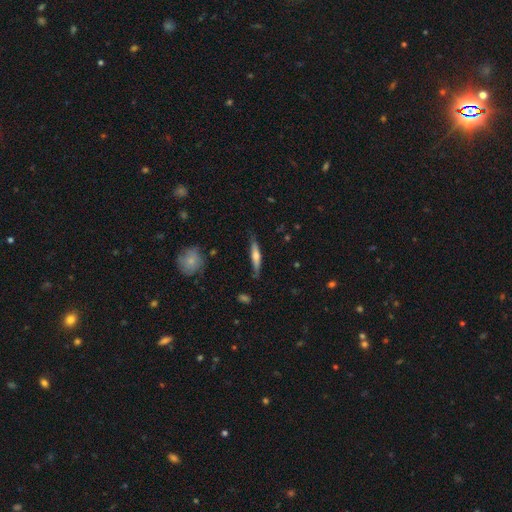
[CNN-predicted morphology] Smooth or featured?
  - smooth: 49% *
  - featured or disk: 46%
  - star or artifact: 6%
Merging?
  - none: 79% *
  - minor disturbance: 16%
  - major disturbance: 3%
  - merger: 2%